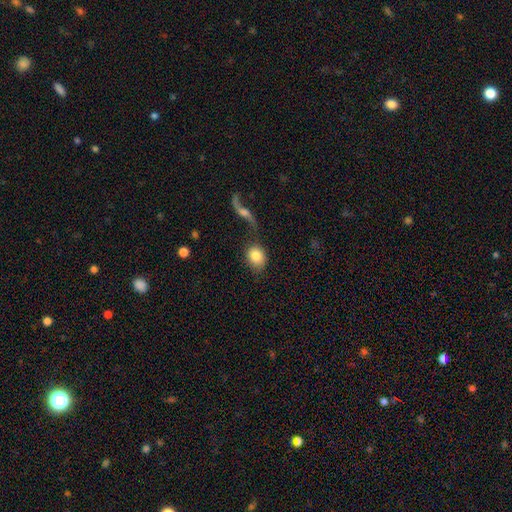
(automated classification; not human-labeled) Smooth or featured? Predicted: smooth (p=0.81). How rounded? Predicted: round (p=0.52). Merging? Predicted: none (p=0.61).